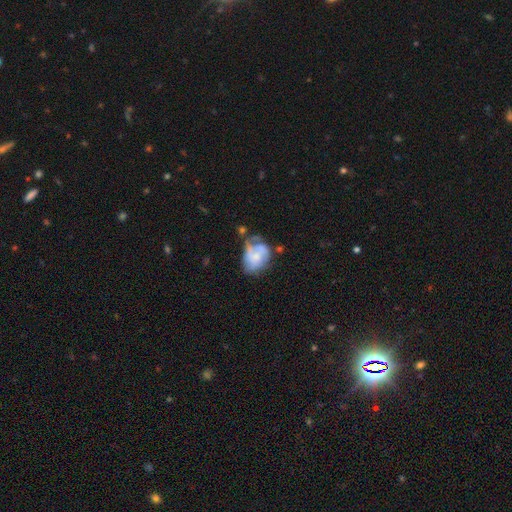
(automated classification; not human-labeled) featured or disk 53%, smooth 39%, star or artifact 8%. Down the decision tree: edge-on disk — no (97%); bar — no (79%); spiral arms — yes (58%); bulge size — small (49%); merging — none (30%, tied with minor disturbance).